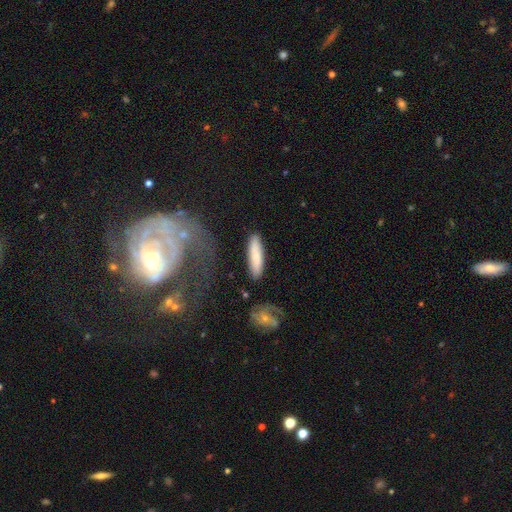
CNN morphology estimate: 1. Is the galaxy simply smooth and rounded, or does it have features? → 77% smooth, 17% featured or disk, 6% star or artifact.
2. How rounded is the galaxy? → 76% cigar-shaped, 22% in between, 2% round.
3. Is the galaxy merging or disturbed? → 85% none, 10% minor disturbance, 3% merger, 3% major disturbance.